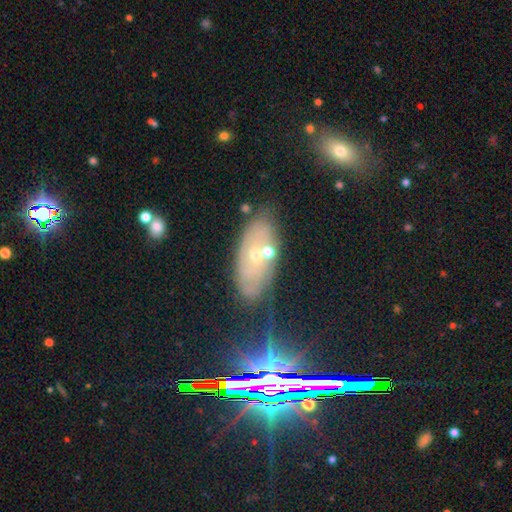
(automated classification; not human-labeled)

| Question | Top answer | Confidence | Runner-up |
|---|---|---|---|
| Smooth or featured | featured or disk | 49% | smooth (33%) |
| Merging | none | 69% | minor disturbance (15%) |